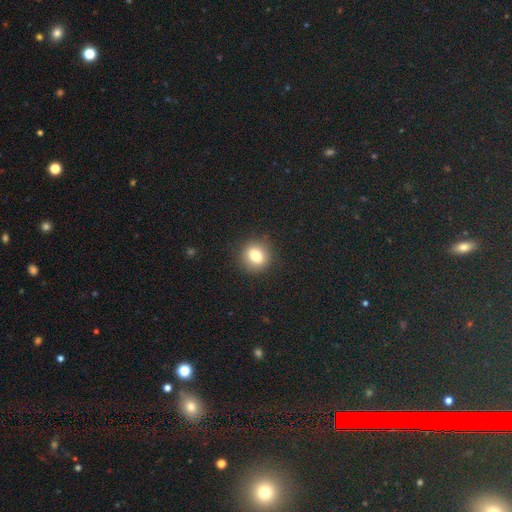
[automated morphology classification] Smooth or featured: smooth — 79% (star or artifact — 11%)
How rounded: round — 79% (in between — 20%)
Merging: none — 89% (minor disturbance — 8%)